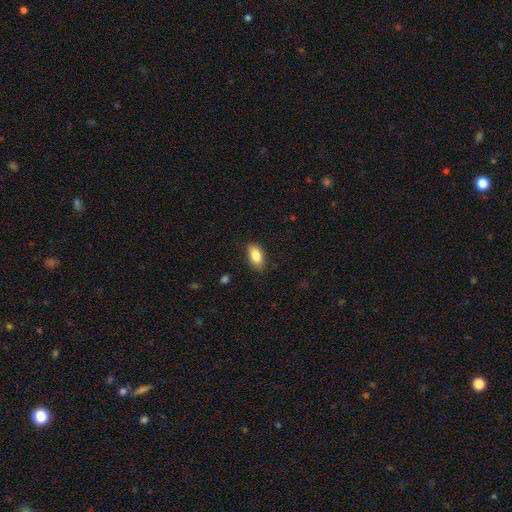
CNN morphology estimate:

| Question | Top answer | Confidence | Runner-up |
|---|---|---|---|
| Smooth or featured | smooth | 85% | featured or disk (7%) |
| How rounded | in between | 91% | round (5%) |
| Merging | none | 83% | minor disturbance (14%) |